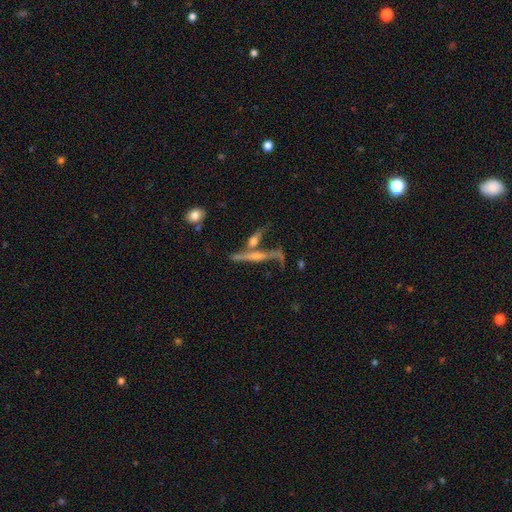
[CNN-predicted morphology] Smooth or featured?
  - featured or disk: 76% *
  - smooth: 14%
  - star or artifact: 10%
Edge-on disk?
  - yes: 90% *
  - no: 10%
Edge-on bulge?
  - rounded: 80% *
  - none: 12%
  - boxy: 7%
Merging?
  - none: 54% *
  - merger: 23%
  - minor disturbance: 15%
  - major disturbance: 9%